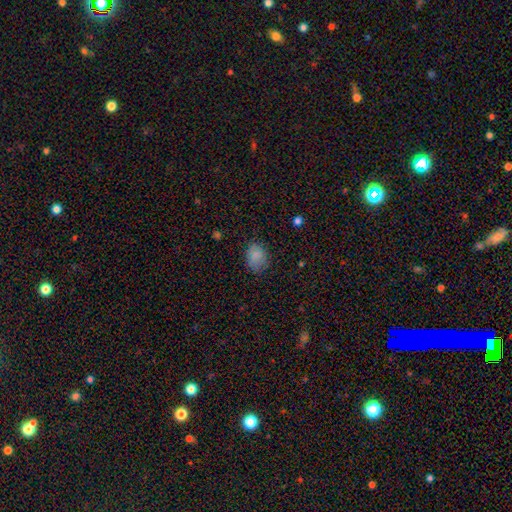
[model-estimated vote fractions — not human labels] Smooth or featured? Predicted: smooth (p=0.83). How rounded? Predicted: in between (p=0.63). Merging? Predicted: none (p=0.75).